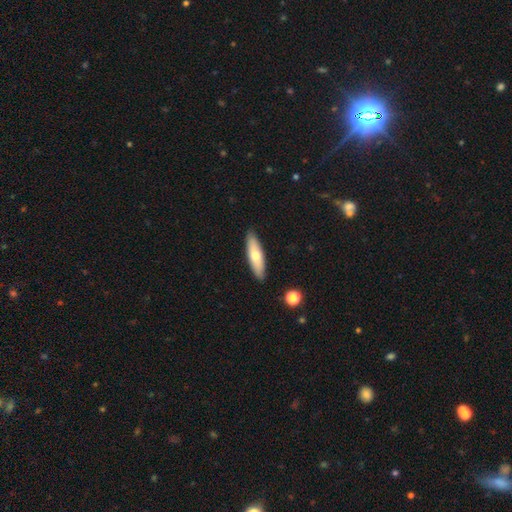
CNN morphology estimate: Smooth or featured? Predicted: smooth (p=0.65). How rounded? Predicted: cigar-shaped (p=0.60). Merging? Predicted: none (p=0.88).